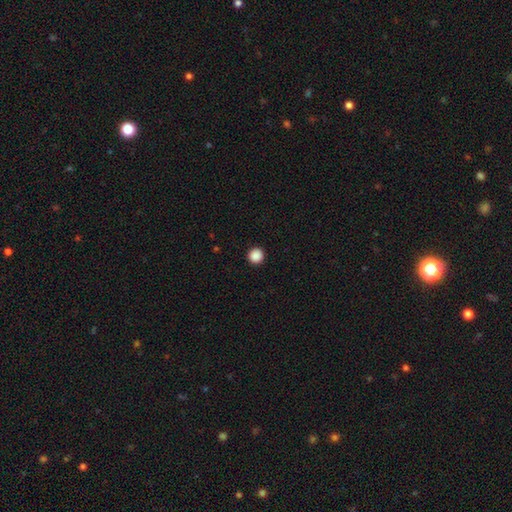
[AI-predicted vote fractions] A smooth galaxy with no disk features (88%) that is round (96%). Merging: none (94%).